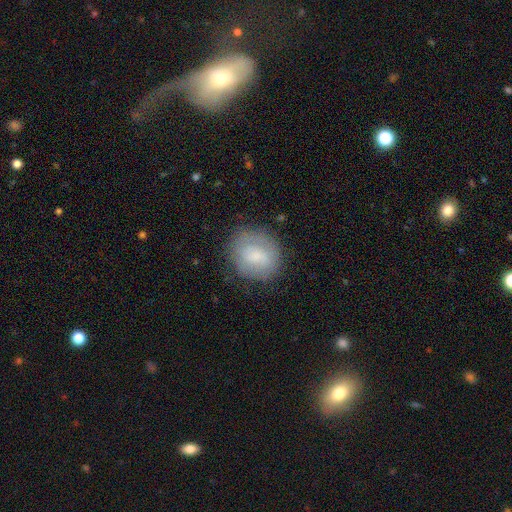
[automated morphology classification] type=smooth (66%); roundness=round (72%); merging=none (73%).